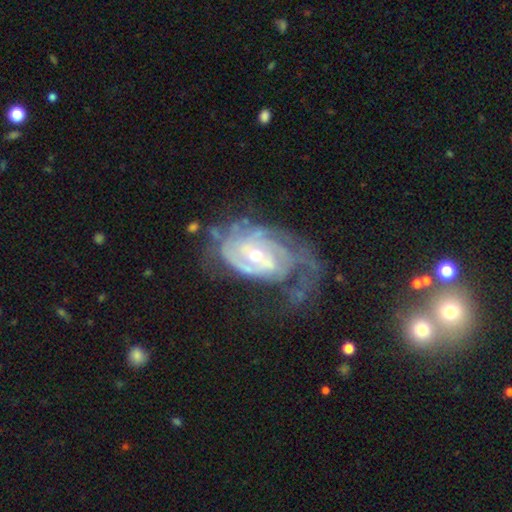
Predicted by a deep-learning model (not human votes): A featured or disk galaxy (88%) with no bar (52%), tight (61%) spiral arms (94%) and a moderate central bulge (52%).

Vote fractions:
- Smooth or featured? featured or disk: 88% / smooth: 7% / star or artifact: 5%
- Edge-on disk? no: 97% / yes: 3%
- Bar? no: 52% / weak: 37% / strong: 11%
- Spiral arms? yes: 94% / no: 6%
- Spiral winding? tight: 61% / medium: 29% / loose: 9%
- Spiral arm count? can't tell: 35% / 2: 30% / 3: 16% / 1: 7% / 4: 7% / more than 4: 5%
- Bulge size? moderate: 52% / small: 44% / large: 2% / none: 1% / dominant: 1%
- Merging? none: 39% / major disturbance: 33% / minor disturbance: 24% / merger: 4%